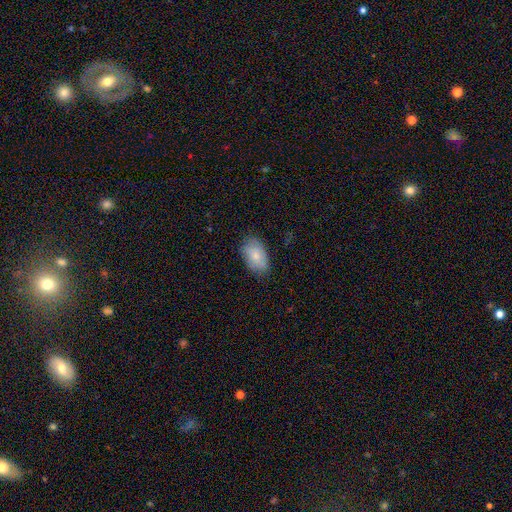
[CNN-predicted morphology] Smooth or featured?
  - smooth: 76% *
  - featured or disk: 17%
  - star or artifact: 7%
How rounded?
  - in between: 92% *
  - round: 7%
  - cigar-shaped: 1%
Merging?
  - none: 75% *
  - minor disturbance: 19%
  - major disturbance: 4%
  - merger: 1%